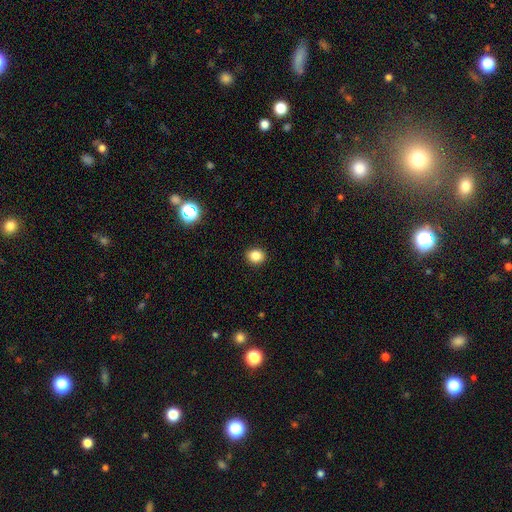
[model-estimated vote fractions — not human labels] Q: Smooth or featured?
A: smooth (84%); runner-up: star or artifact (11%)
Q: How rounded?
A: round (61%); runner-up: in between (38%)
Q: Merging?
A: none (91%); runner-up: minor disturbance (6%)